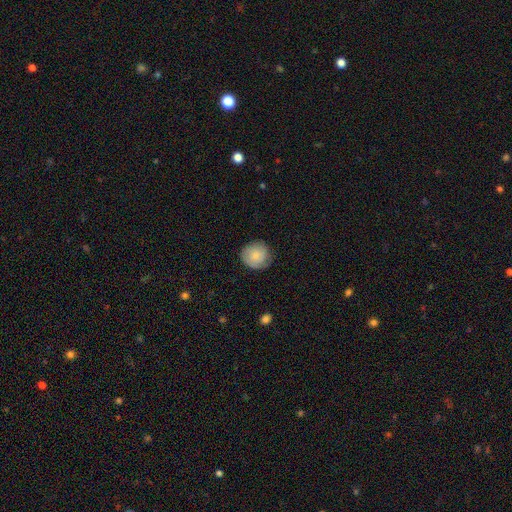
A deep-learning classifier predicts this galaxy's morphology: Smooth or featured?
  - smooth: 77% *
  - featured or disk: 16%
  - star or artifact: 7%
How rounded?
  - round: 91% *
  - in between: 8%
  - cigar-shaped: 1%
Merging?
  - none: 77% *
  - minor disturbance: 18%
  - major disturbance: 4%
  - merger: 1%